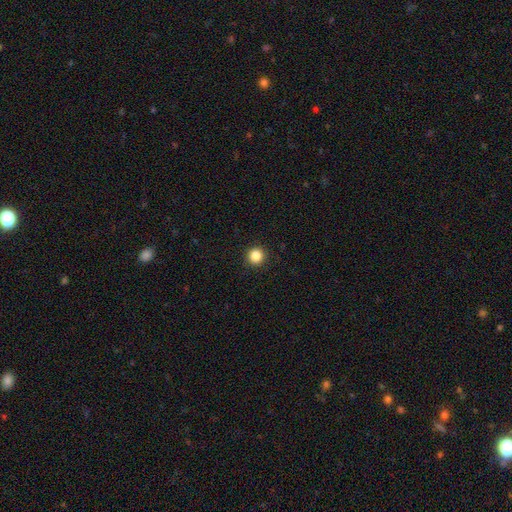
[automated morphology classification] Overall: smooth (85%). How rounded: round (95%). Merging: none (93%).